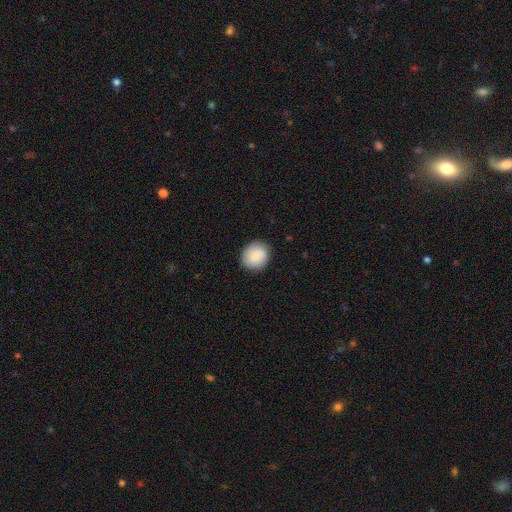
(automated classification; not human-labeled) A smooth galaxy with no disk features (83%) that is round (87%). Merging: none (87%).